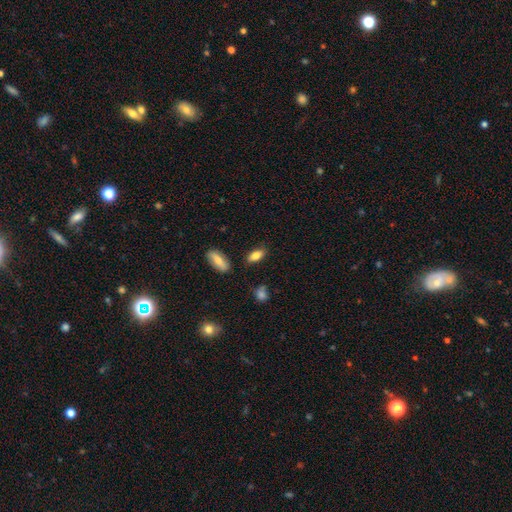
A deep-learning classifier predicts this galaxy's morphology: Smooth or featured: smooth — 80% (featured or disk — 12%)
How rounded: in between — 84% (cigar-shaped — 13%)
Merging: none — 82% (minor disturbance — 12%)